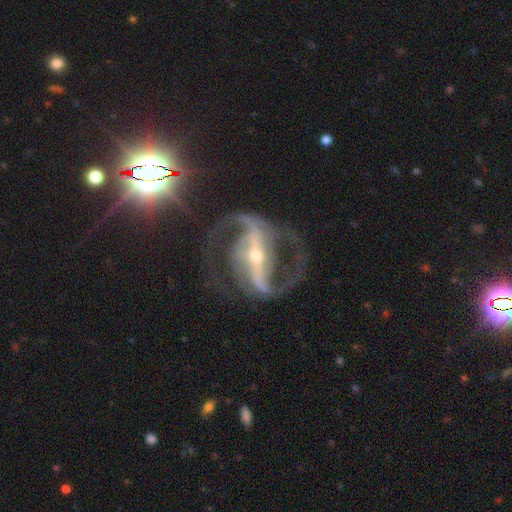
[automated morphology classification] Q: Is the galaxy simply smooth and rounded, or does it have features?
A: featured or disk — 91%.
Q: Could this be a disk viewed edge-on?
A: no — 95%.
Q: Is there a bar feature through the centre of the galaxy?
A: strong — 80%.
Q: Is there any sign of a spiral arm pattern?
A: yes — 97%.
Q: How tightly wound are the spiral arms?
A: medium — 56%.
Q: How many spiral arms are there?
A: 2 — 91%.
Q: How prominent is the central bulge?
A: small — 65%.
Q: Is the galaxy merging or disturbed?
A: none — 70%.